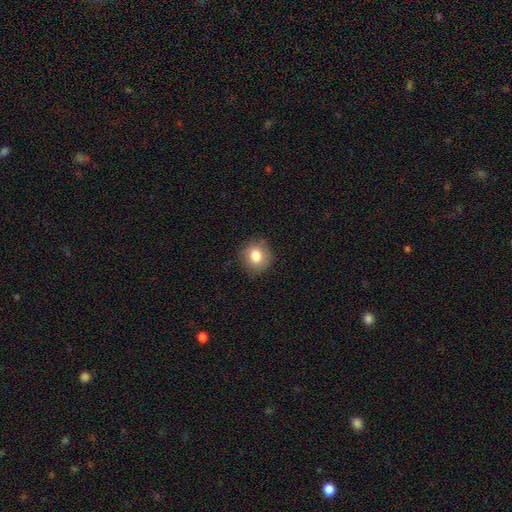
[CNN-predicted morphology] smooth_or_featured: smooth (p=0.80) [alt: star or artifact p=0.10]
how_rounded: round (p=0.83) [alt: in between p=0.16]
merging: none (p=0.86) [alt: minor disturbance p=0.11]